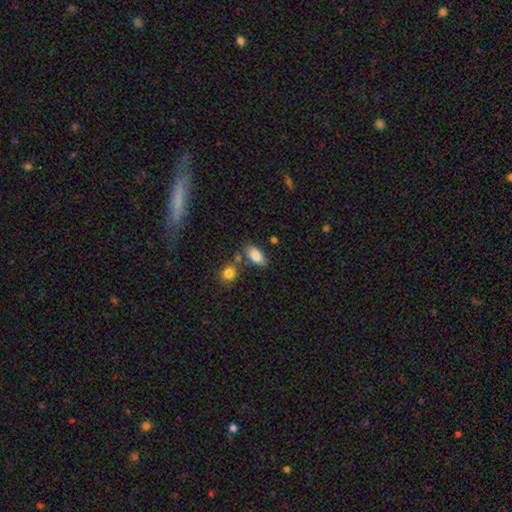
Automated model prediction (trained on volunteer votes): The model was most divided on "merging": none: 68%, minor disturbance: 18%, merger: 10%, major disturbance: 5%. More confident: how rounded — in between (90%); smooth or featured — smooth (84%).